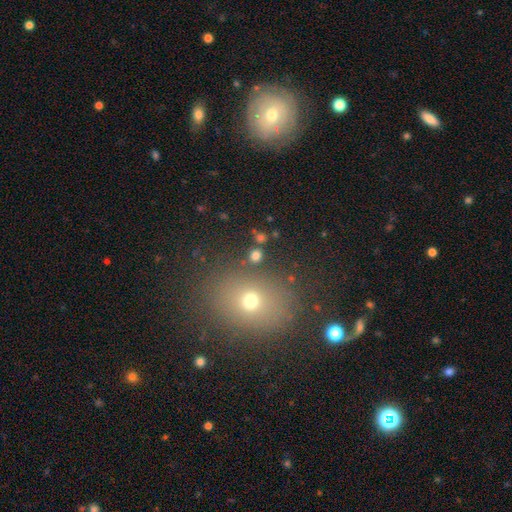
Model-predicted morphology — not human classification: smooth-or-featured: smooth: 73% | star or artifact: 19% | featured or disk: 8%
  how-rounded: round: 76% | in between: 22% | cigar-shaped: 2%
  merging: none: 81% | merger: 8% | minor disturbance: 7% | major disturbance: 4%